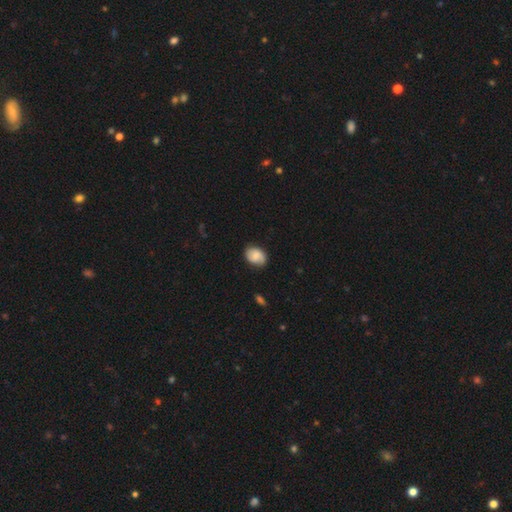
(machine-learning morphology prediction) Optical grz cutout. It shows a smooth galaxy with no disk features (70%) that is in between round and cigar-shaped (67%). Merging: none (77%).